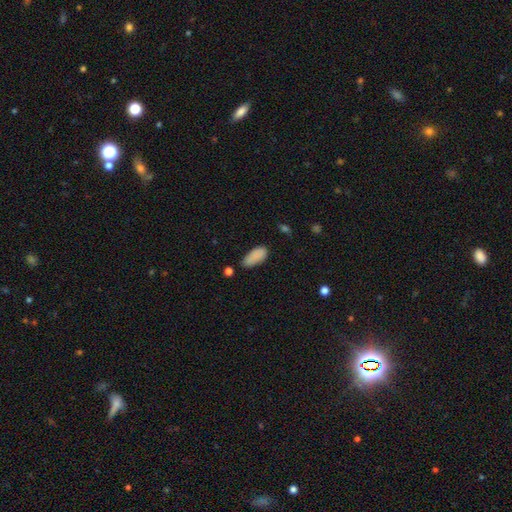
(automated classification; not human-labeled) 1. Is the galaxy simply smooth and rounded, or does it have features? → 87% smooth, 8% star or artifact, 5% featured or disk.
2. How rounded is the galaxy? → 87% in between, 10% cigar-shaped, 2% round.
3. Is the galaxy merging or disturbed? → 63% none, 27% minor disturbance, 6% major disturbance, 4% merger.